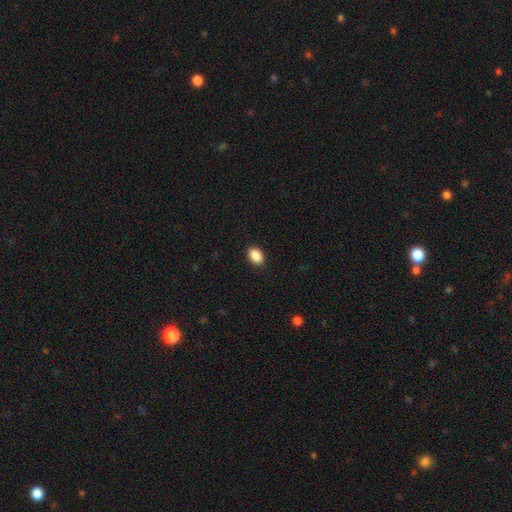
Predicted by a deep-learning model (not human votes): Q: Smooth or featured?
A: smooth (89%); runner-up: star or artifact (8%)
Q: How rounded?
A: in between (81%); runner-up: round (18%)
Q: Merging?
A: none (90%); runner-up: minor disturbance (7%)